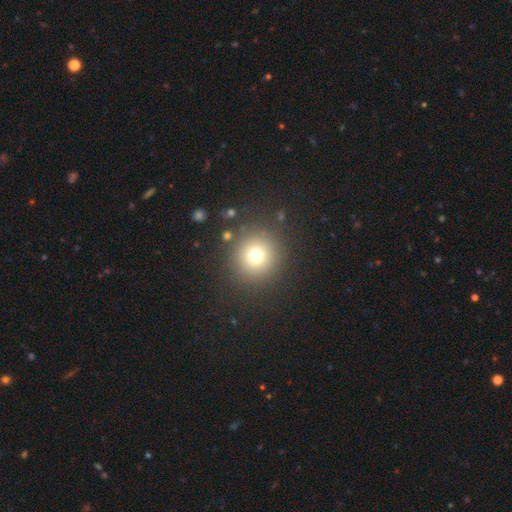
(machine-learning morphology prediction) smooth_or_featured: smooth (p=0.73) [alt: star or artifact p=0.16]
how_rounded: round (p=0.94) [alt: in between p=0.05]
merging: none (p=0.87) [alt: minor disturbance p=0.07]